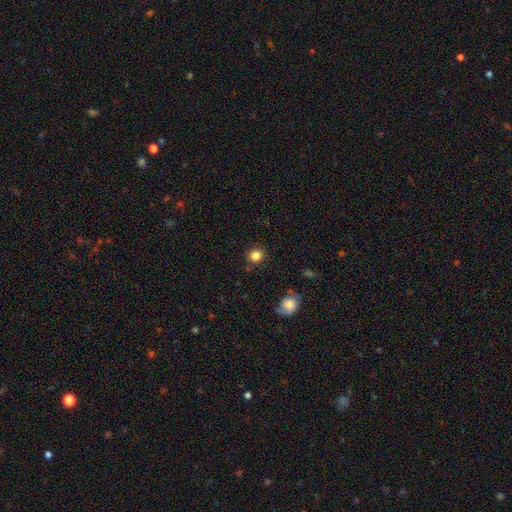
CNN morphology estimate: smooth_or_featured: smooth (p=0.84) [alt: star or artifact p=0.11]
how_rounded: round (p=0.87) [alt: in between p=0.12]
merging: none (p=0.87) [alt: minor disturbance p=0.08]